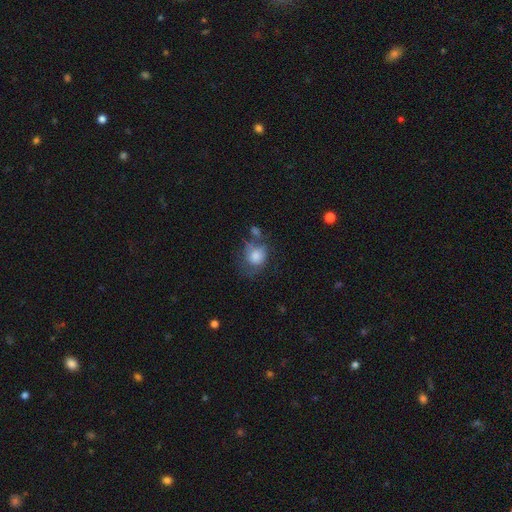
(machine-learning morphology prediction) A smooth galaxy with no disk features (67%) that is round (64%).

Vote fractions:
- Smooth or featured? smooth: 67% / featured or disk: 24% / star or artifact: 9%
- How rounded? round: 64% / in between: 35% / cigar-shaped: 1%
- Merging? none: 39% / minor disturbance: 27% / major disturbance: 22% / merger: 12%